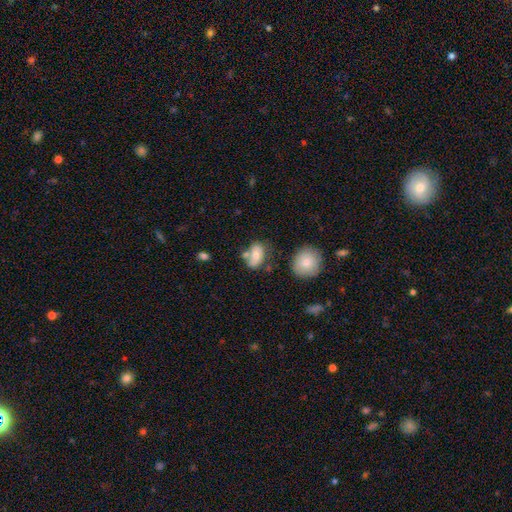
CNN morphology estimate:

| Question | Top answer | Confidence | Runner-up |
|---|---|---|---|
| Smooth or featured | smooth | 69% | featured or disk (23%) |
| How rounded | in between | 83% | round (15%) |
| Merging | none | 49% | merger (25%) |